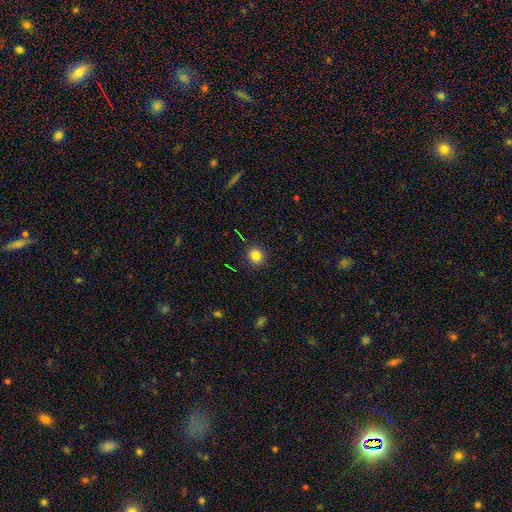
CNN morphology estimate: smooth_or_featured: smooth (p=0.82) [alt: star or artifact p=0.12]
how_rounded: round (p=0.87) [alt: in between p=0.12]
merging: none (p=0.91) [alt: minor disturbance p=0.06]